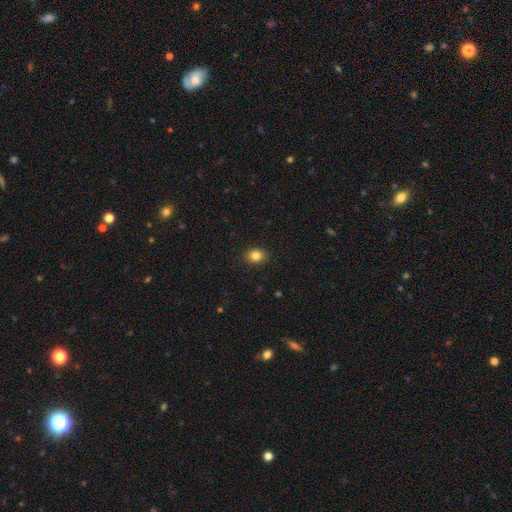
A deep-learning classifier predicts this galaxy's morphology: smooth-or-featured: smooth: 84% | star or artifact: 10% | featured or disk: 6%
  how-rounded: in between: 51% | round: 49% | cigar-shaped: 1%
  merging: none: 90% | minor disturbance: 7% | major disturbance: 2% | merger: 1%